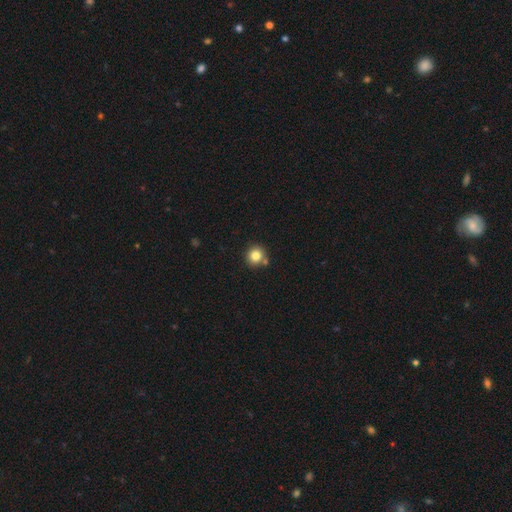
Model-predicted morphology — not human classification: smooth 82%, star or artifact 11%, featured or disk 7%. Down the decision tree: how rounded — round (92%); merging — none (76%).